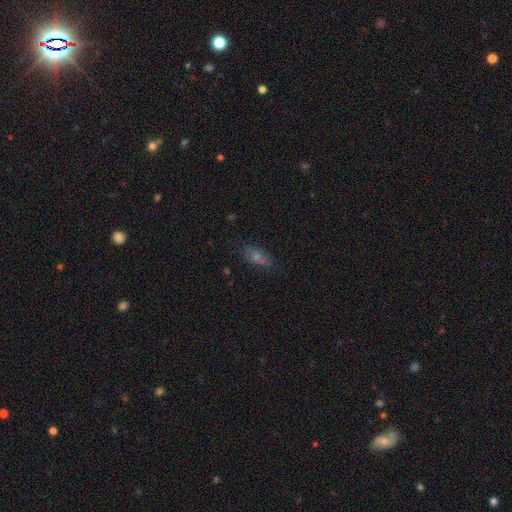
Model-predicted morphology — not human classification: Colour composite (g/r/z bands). It shows a smooth galaxy with no disk features (54%) that is in between round and cigar-shaped (75%). Merging: none (71%).